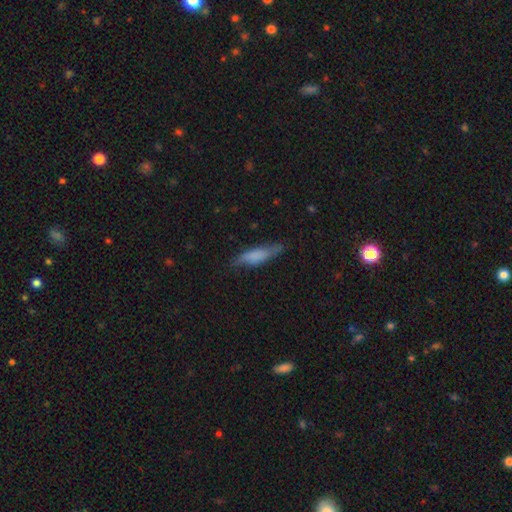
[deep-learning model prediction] Smooth or featured? smooth (69%)
How rounded? cigar-shaped (69%)
Merging? none (72%)